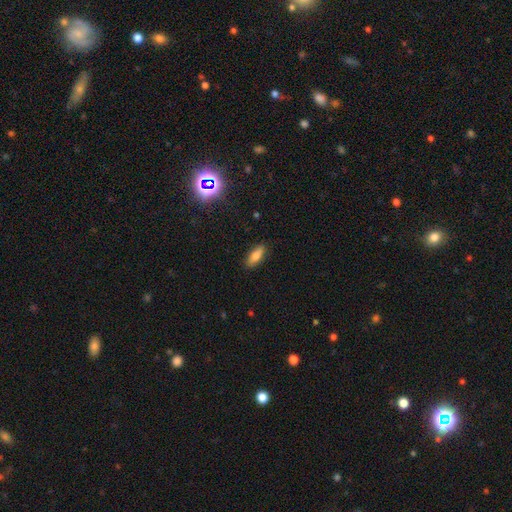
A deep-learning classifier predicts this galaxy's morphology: Smooth or featured? smooth (75%)
How rounded? in between (71%)
Merging? none (87%)